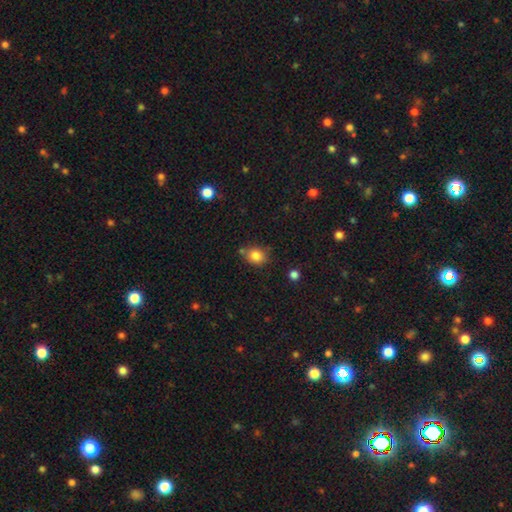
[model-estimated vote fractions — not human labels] A smooth galaxy with no disk features (83%) that is round (63%).

Vote fractions:
- Smooth or featured? smooth: 83% / star or artifact: 10% / featured or disk: 6%
- How rounded? round: 63% / in between: 36% / cigar-shaped: 1%
- Merging? none: 71% / minor disturbance: 17% / merger: 8% / major disturbance: 4%